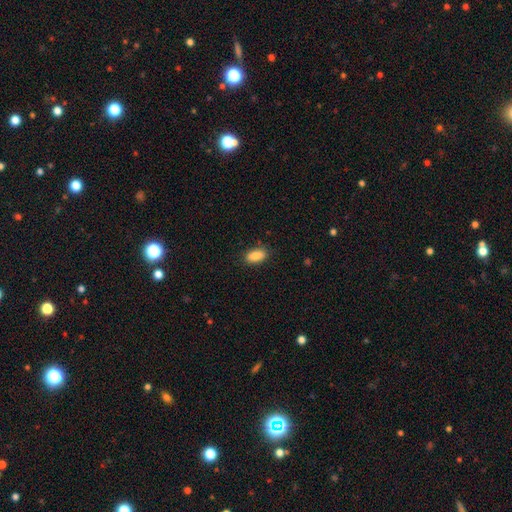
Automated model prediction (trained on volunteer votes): smooth 88%, star or artifact 7%, featured or disk 5%. Down the decision tree: how rounded — in between (90%); merging — none (85%).